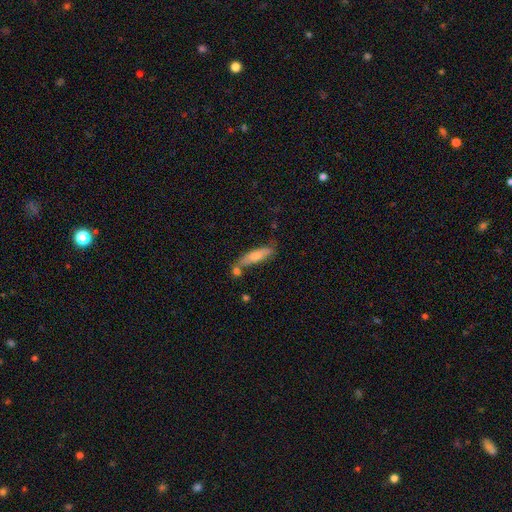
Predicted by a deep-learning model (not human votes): Smooth or featured? smooth (57%)
How rounded? cigar-shaped (71%)
Merging? none (59%)